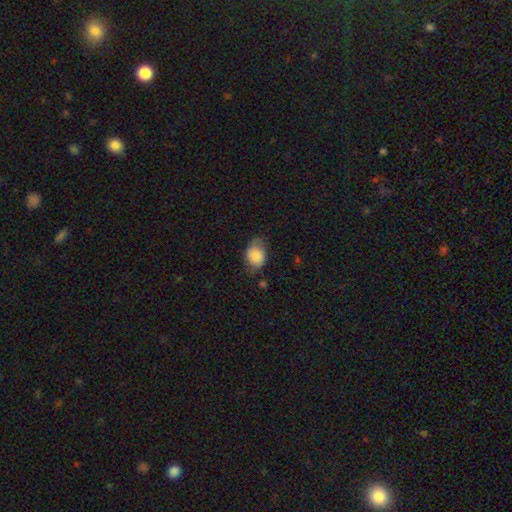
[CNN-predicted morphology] type=smooth (82%); roundness=in between (68%); merging=none (57%).